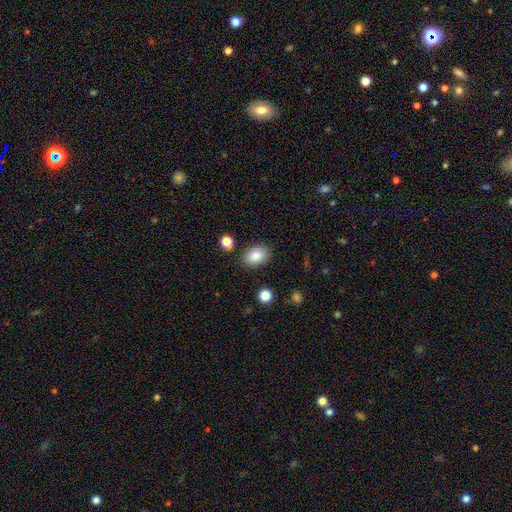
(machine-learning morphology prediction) smooth-or-featured: smooth: 85% | star or artifact: 8% | featured or disk: 7%
  how-rounded: in between: 82% | round: 17% | cigar-shaped: 1%
  merging: none: 84% | minor disturbance: 11% | major disturbance: 3% | merger: 3%